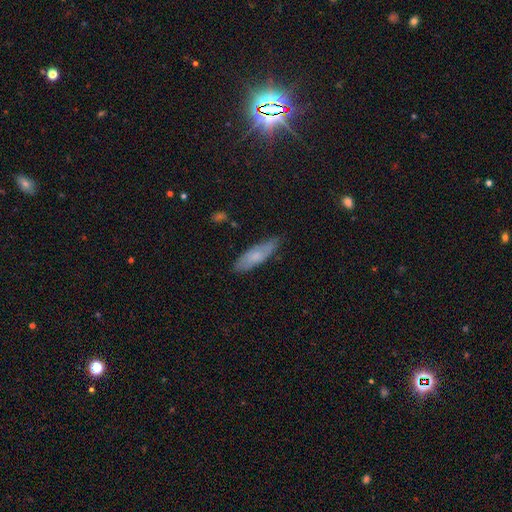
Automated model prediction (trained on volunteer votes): The model was most divided on "how rounded" (2-way tie): cigar-shaped: 49%, in between: 49%, round: 2%. More confident: merging — none (80%); smooth or featured — smooth (67%).